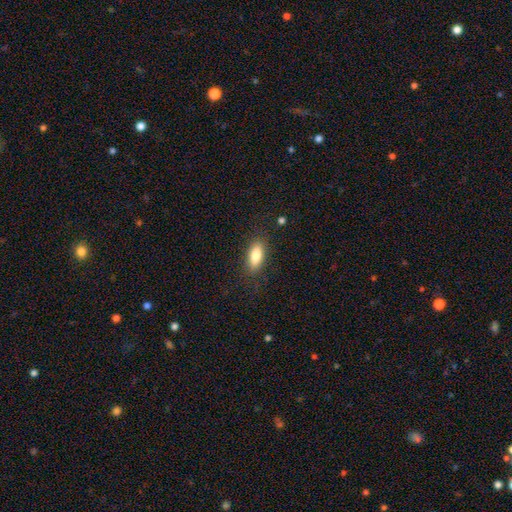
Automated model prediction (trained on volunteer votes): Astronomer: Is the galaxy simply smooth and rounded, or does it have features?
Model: smooth — 83%.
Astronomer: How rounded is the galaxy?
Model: in between — 77%.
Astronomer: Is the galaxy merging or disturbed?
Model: none — 85%.